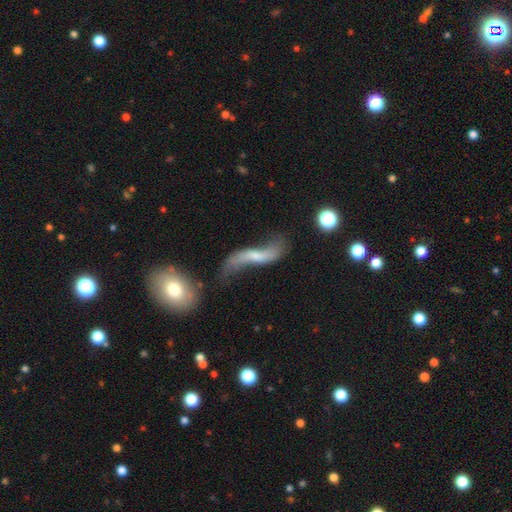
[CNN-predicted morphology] type=featured or disk (71%); edge-on=no (82%); bar=no (44%); spiral arms=yes (84%); bulge=small (54%); merging=none (41%).